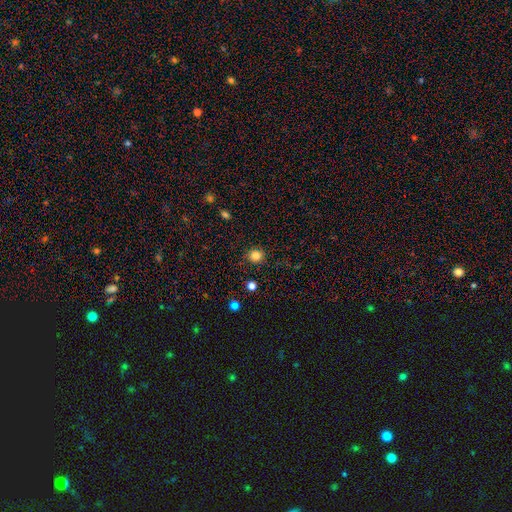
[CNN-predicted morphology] Smooth or featured? smooth (84%)
How rounded? round (90%)
Merging? none (90%)